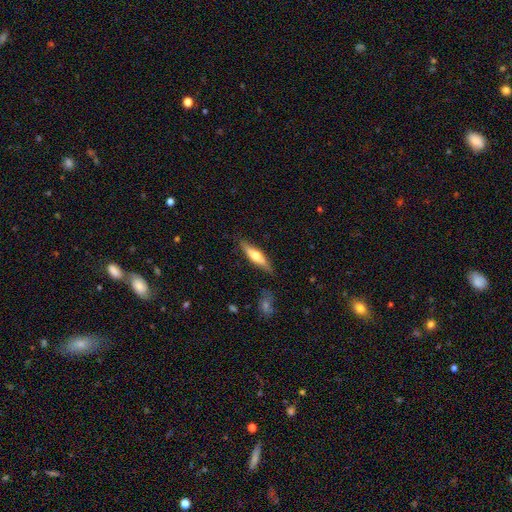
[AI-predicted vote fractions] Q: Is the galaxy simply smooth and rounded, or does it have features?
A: smooth — 49%.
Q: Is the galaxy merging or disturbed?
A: none — 83%.